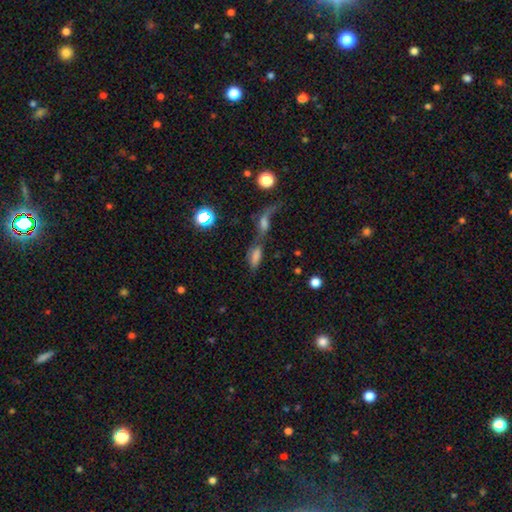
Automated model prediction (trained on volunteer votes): This is possibly a smooth galaxy (58%). How rounded: likely in between (65%). Merging: possibly merger (55%).